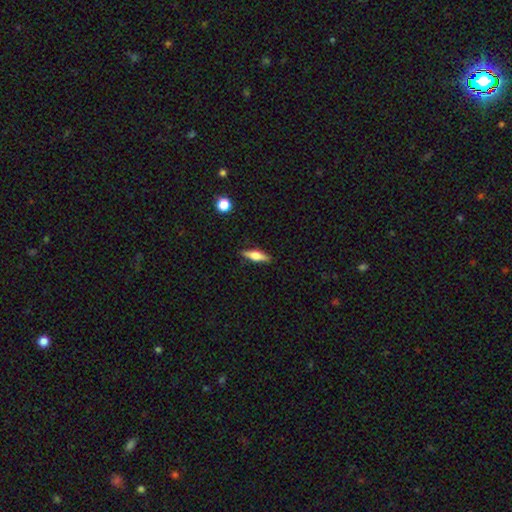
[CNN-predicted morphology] Smooth or featured?
  - featured or disk: 50% *
  - smooth: 43%
  - star or artifact: 7%
Merging?
  - none: 89% *
  - minor disturbance: 8%
  - major disturbance: 2%
  - merger: 1%